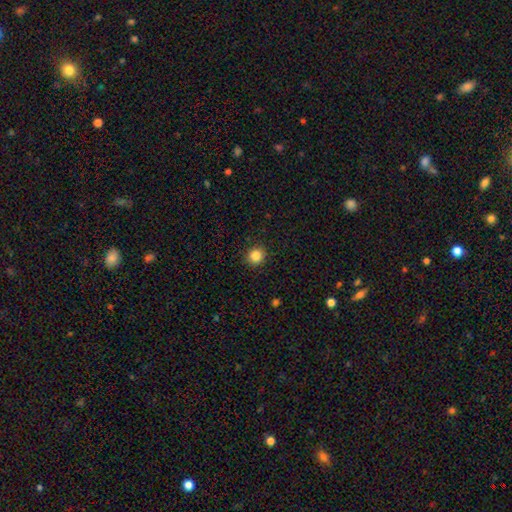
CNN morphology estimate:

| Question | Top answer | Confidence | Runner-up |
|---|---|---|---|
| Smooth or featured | smooth | 85% | star or artifact (10%) |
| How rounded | round | 89% | in between (10%) |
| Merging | none | 92% | minor disturbance (5%) |